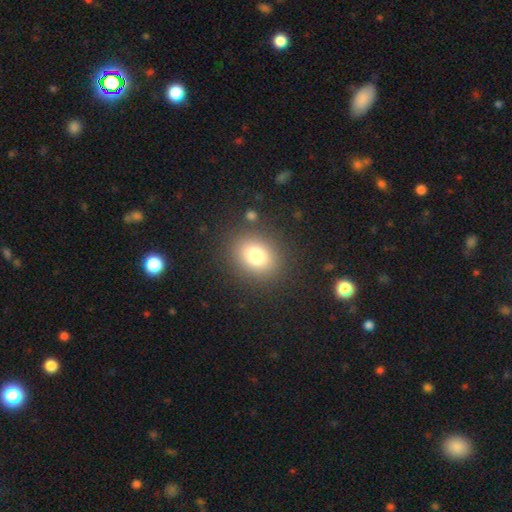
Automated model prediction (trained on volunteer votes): A smooth galaxy with no disk features (76%) that is round (65%).

Vote fractions:
- Smooth or featured? smooth: 76% / star or artifact: 14% / featured or disk: 10%
- How rounded? round: 65% / in between: 34% / cigar-shaped: 1%
- Merging? none: 86% / minor disturbance: 8% / major disturbance: 4% / merger: 2%